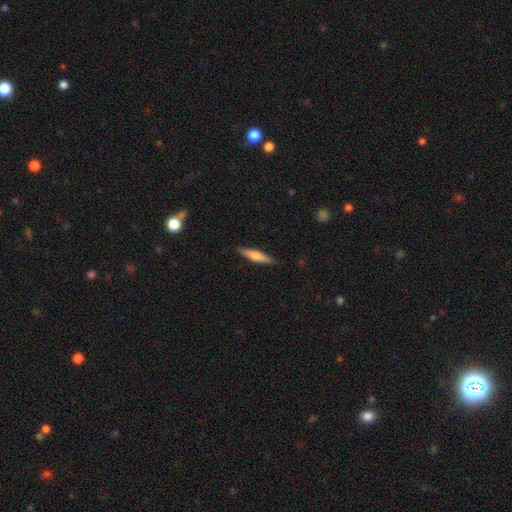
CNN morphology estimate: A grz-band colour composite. It shows a smooth galaxy with no disk features (54%) that is cigar-shaped (82%). Merging: none (89%).